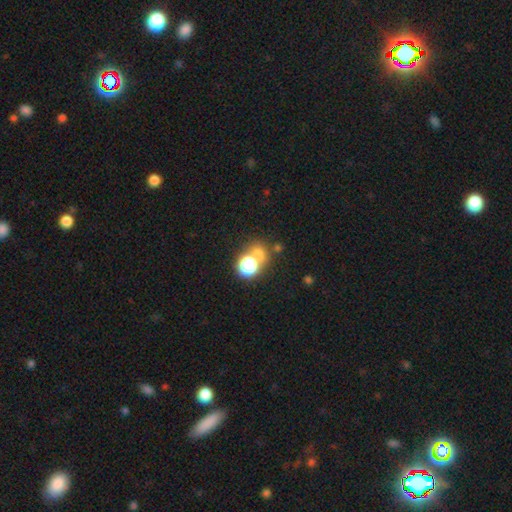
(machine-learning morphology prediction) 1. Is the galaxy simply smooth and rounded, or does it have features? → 59% smooth, 32% star or artifact, 9% featured or disk.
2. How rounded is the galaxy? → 78% round, 21% in between, 1% cigar-shaped.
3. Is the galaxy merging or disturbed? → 56% none, 30% merger, 8% minor disturbance, 5% major disturbance.